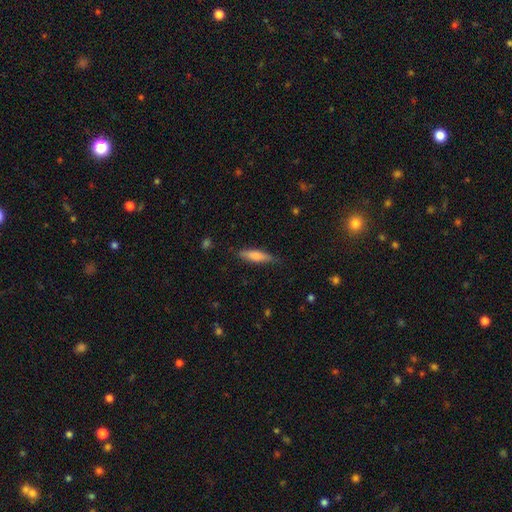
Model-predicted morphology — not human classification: smooth_or_featured: smooth (p=0.75) [alt: featured or disk p=0.19]
how_rounded: cigar-shaped (p=0.72) [alt: in between p=0.26]
merging: none (p=0.80) [alt: minor disturbance p=0.15]